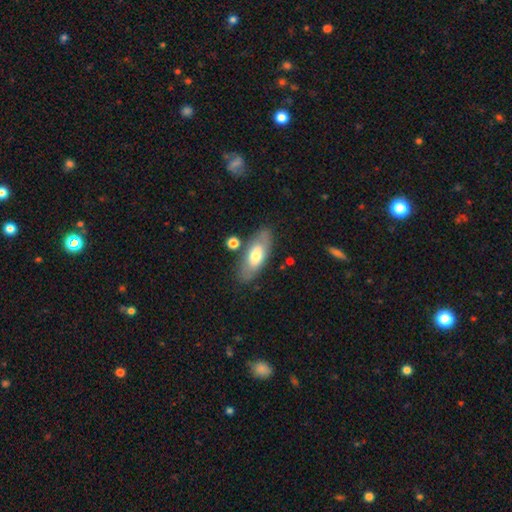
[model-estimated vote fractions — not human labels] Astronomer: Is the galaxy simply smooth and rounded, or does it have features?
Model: smooth — 61%.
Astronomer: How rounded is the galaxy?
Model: in between — 79%.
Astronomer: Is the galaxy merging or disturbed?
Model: none — 75%.